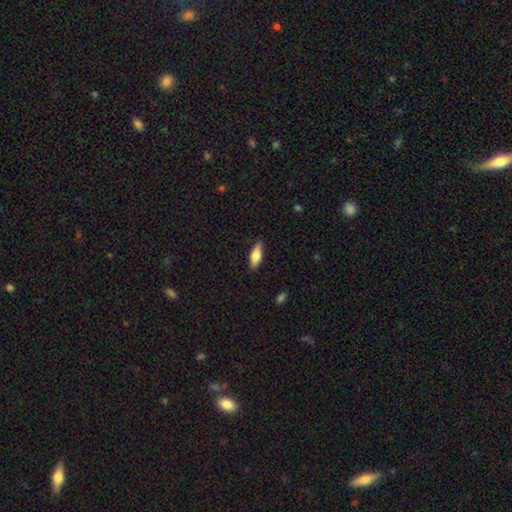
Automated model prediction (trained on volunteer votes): Smooth or featured?
  - smooth: 70% *
  - featured or disk: 23%
  - star or artifact: 6%
How rounded?
  - in between: 62% *
  - cigar-shaped: 36%
  - round: 2%
Merging?
  - none: 85% *
  - minor disturbance: 12%
  - major disturbance: 2%
  - merger: 1%